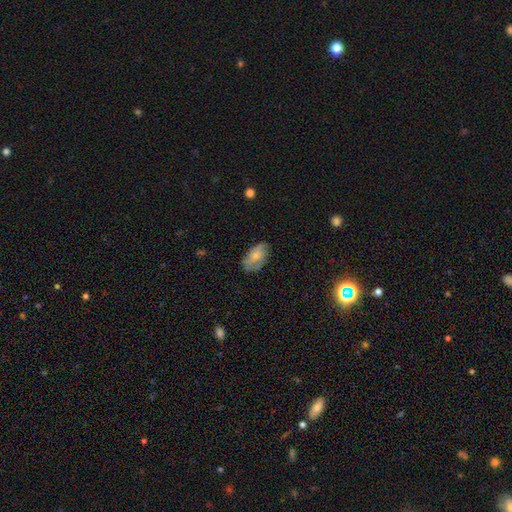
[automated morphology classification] smooth 52%, featured or disk 41%, star or artifact 7%. Down the decision tree: how rounded — in between (91%); merging — none (67%).